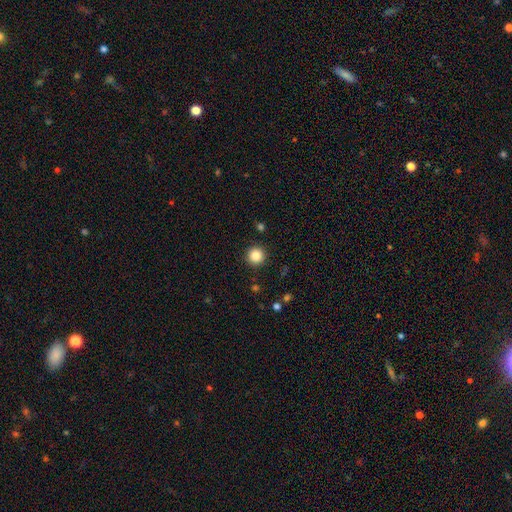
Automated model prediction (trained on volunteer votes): A smooth galaxy with no disk features (85%) that is round (96%). Merging: none (92%).